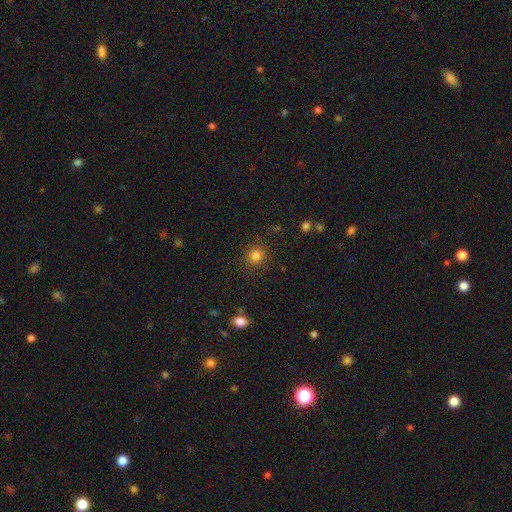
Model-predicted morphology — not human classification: smooth_or_featured: smooth (p=0.83) [alt: star or artifact p=0.13]
how_rounded: round (p=0.85) [alt: in between p=0.14]
merging: none (p=0.87) [alt: minor disturbance p=0.08]